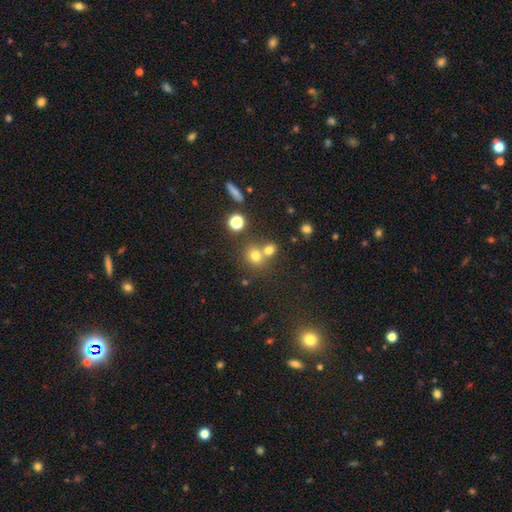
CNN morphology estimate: This is likely a smooth galaxy (71%). How rounded: likely round (78%). Merging: possibly none (53%).